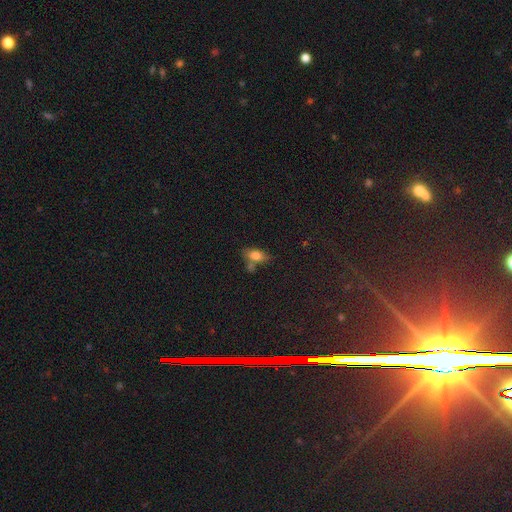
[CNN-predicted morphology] A smooth galaxy with no disk features (73%) that is in between round and cigar-shaped (82%).

Vote fractions:
- Smooth or featured? smooth: 73% / featured or disk: 16% / star or artifact: 11%
- How rounded? in between: 82% / cigar-shaped: 12% / round: 7%
- Merging? none: 55% / merger: 22% / minor disturbance: 17% / major disturbance: 6%